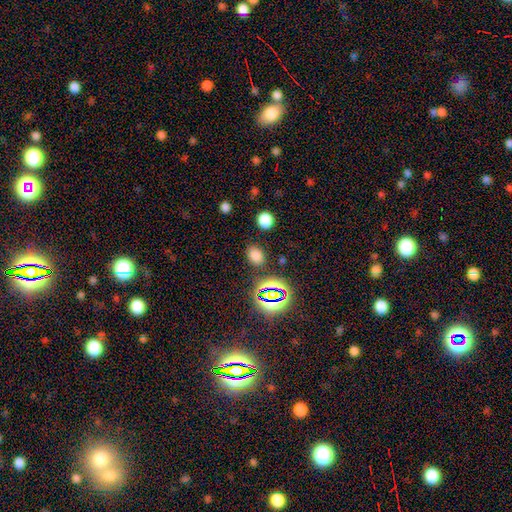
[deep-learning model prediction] Smooth or featured? Predicted: smooth (p=0.71). How rounded? Predicted: in between (p=0.68). Merging? Predicted: none (p=0.84).